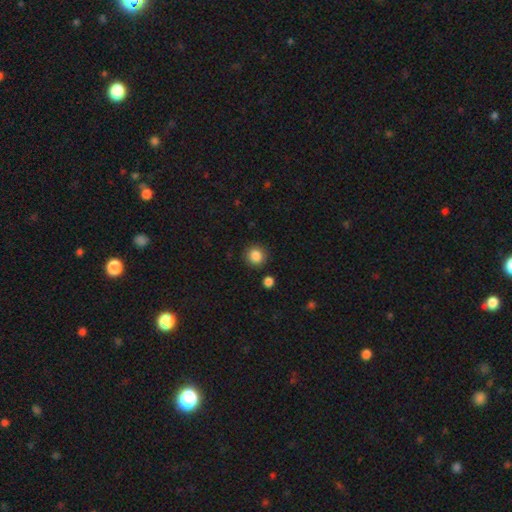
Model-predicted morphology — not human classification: The model was most divided on "smooth or featured": smooth: 86%, star or artifact: 10%, featured or disk: 4%. More confident: how rounded — round (91%); merging — none (88%).